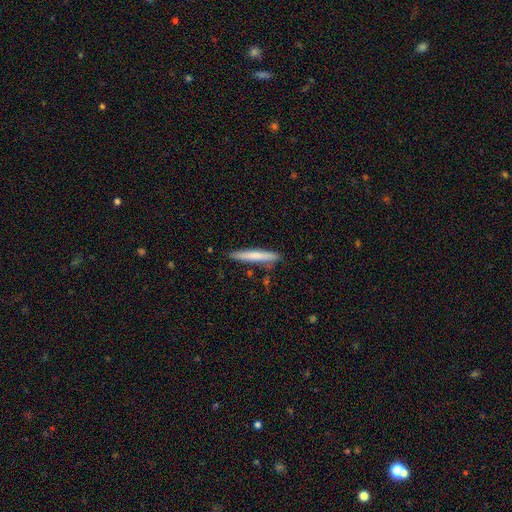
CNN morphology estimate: smooth 70%, featured or disk 25%, star or artifact 5%. Down the decision tree: how rounded — cigar-shaped (95%); merging — none (85%).